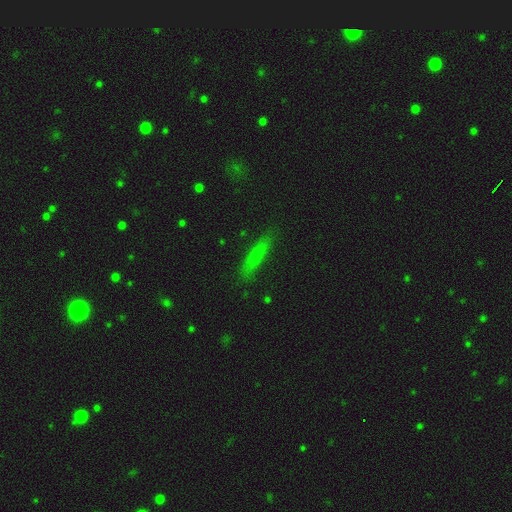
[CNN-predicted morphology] Smooth or featured? smooth (68%)
How rounded? cigar-shaped (83%)
Merging? none (83%)